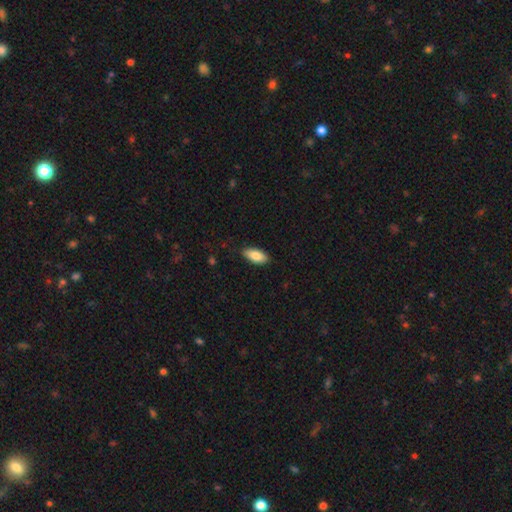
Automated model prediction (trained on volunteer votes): This appears to be a smooth galaxy with no disk features (83%) that is in between round and cigar-shaped (88%). Merging: none (87%).